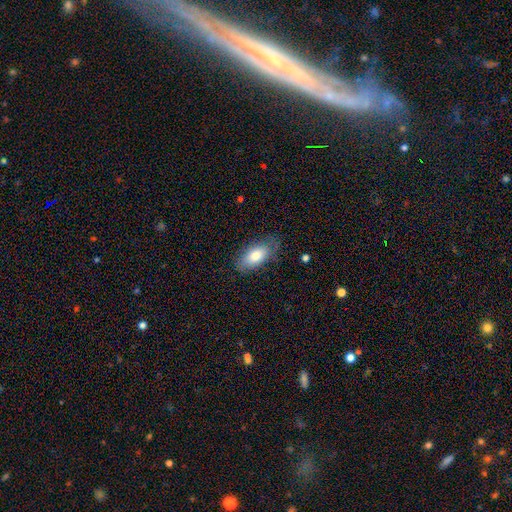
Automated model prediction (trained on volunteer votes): Smooth or featured? smooth (76%)
How rounded? in between (91%)
Merging? none (75%)